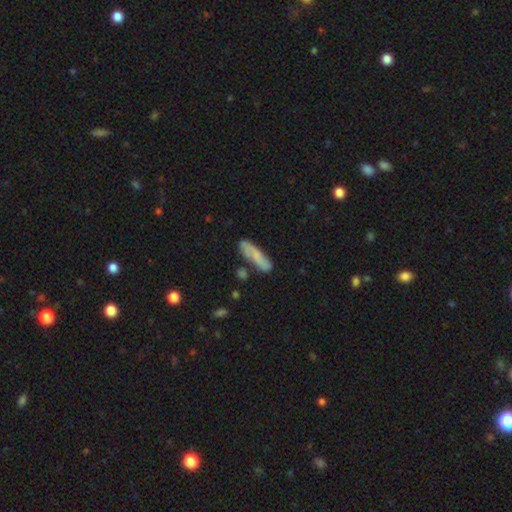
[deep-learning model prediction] Overall: smooth (69%). How rounded: cigar-shaped (69%; in between 29%). Merging: none (68%).